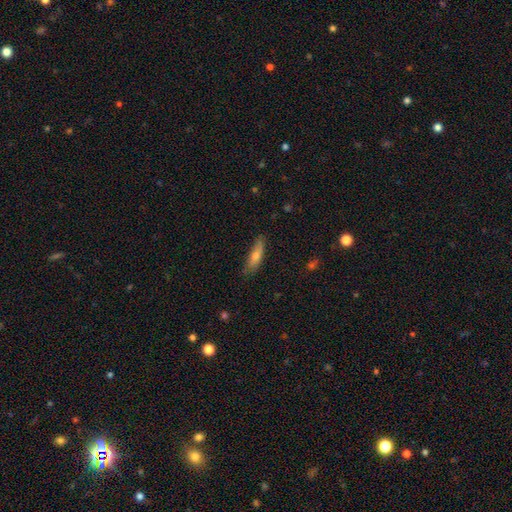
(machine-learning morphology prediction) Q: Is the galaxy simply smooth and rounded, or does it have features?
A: smooth — 64%.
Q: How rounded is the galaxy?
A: cigar-shaped — 64%.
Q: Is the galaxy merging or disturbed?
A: none — 75%.